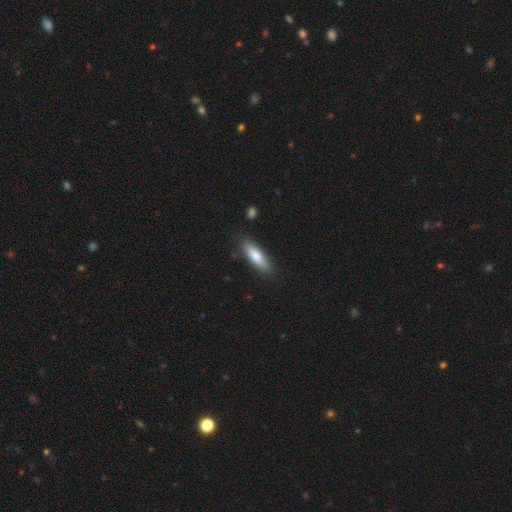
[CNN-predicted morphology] This is likely a smooth galaxy (75%). How rounded: possibly cigar-shaped (53%). Merging: clearly none (83%).